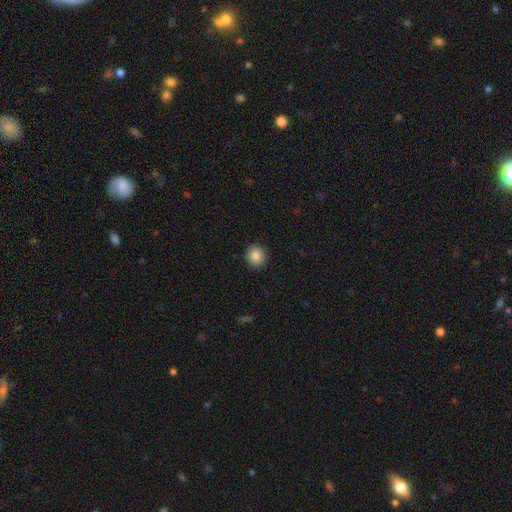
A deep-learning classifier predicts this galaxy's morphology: Smooth or featured: smooth — 87% (star or artifact — 9%)
How rounded: round — 88% (in between — 11%)
Merging: none — 91% (minor disturbance — 6%)